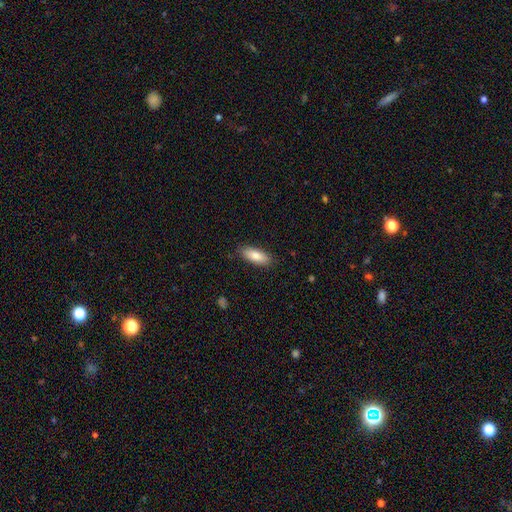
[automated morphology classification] smooth_or_featured: smooth (p=0.83) [alt: featured or disk p=0.11]
how_rounded: in between (p=0.71) [alt: cigar-shaped p=0.28]
merging: none (p=0.87) [alt: minor disturbance p=0.10]